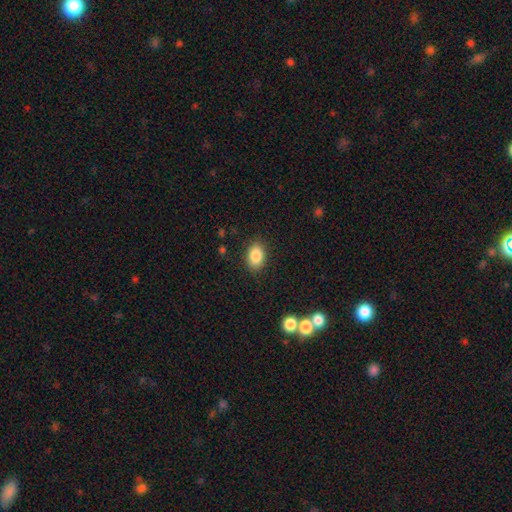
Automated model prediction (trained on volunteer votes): A smooth galaxy with no disk features (87%) that is in between round and cigar-shaped (84%).

Vote fractions:
- Smooth or featured? smooth: 87% / star or artifact: 8% / featured or disk: 5%
- How rounded? in between: 84% / round: 14% / cigar-shaped: 1%
- Merging? none: 86% / minor disturbance: 9% / major disturbance: 3% / merger: 1%